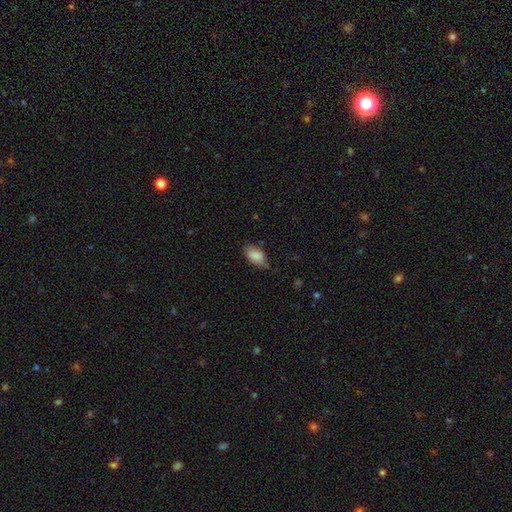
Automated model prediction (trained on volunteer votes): Overall: smooth (86%). How rounded: in between (93%). Merging: none (61%; minor disturbance 30%).